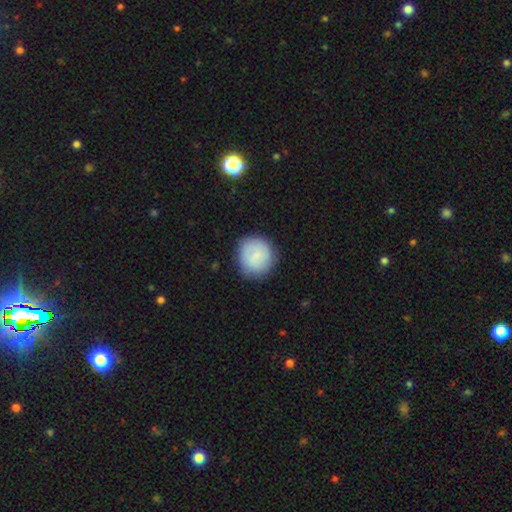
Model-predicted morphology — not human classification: The model was most divided on "smooth or featured": smooth: 68%, featured or disk: 26%, star or artifact: 7%. More confident: how rounded — round (87%); merging — none (80%).